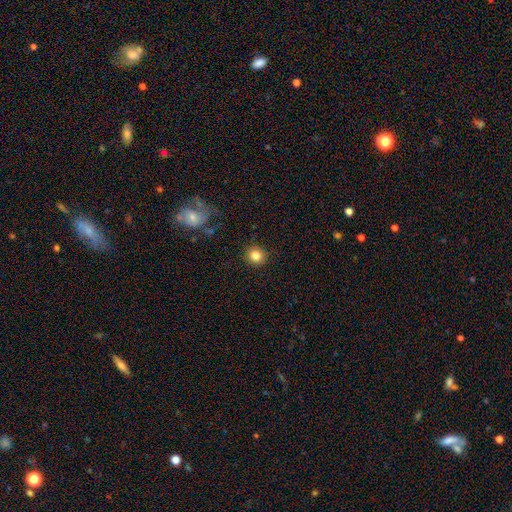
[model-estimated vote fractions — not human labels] This appears to be a smooth galaxy with no disk features (84%) that is round (92%). Merging: none (89%).